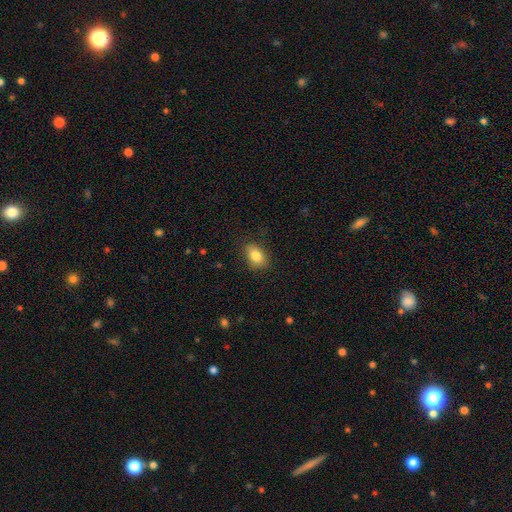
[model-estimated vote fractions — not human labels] The model was most divided on "how rounded": in between: 84%, round: 14%, cigar-shaped: 2%. More confident: merging — none (83%); smooth or featured — smooth (82%).